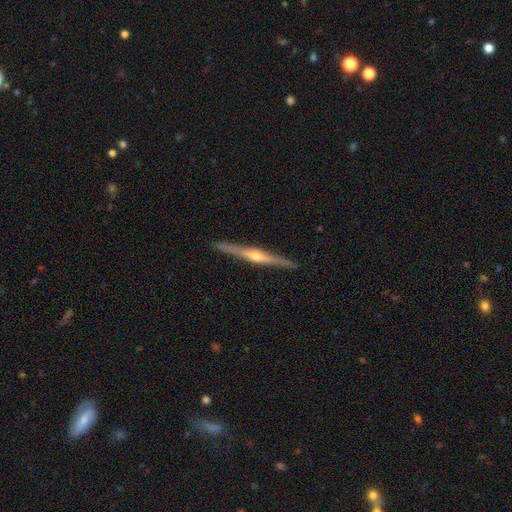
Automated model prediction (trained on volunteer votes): Overall: featured or disk (82%). Edge-on disk: yes (98%). Edge-on bulge: rounded (88%). Merging: none (92%).